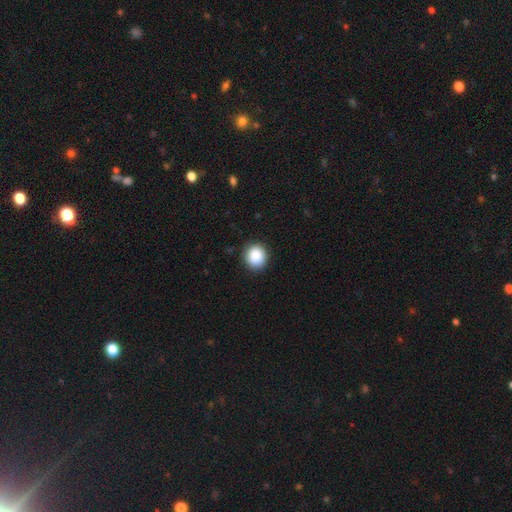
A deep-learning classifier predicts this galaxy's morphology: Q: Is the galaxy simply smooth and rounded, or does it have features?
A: smooth — 88%.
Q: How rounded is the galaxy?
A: round — 86%.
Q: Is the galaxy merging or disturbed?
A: none — 89%.